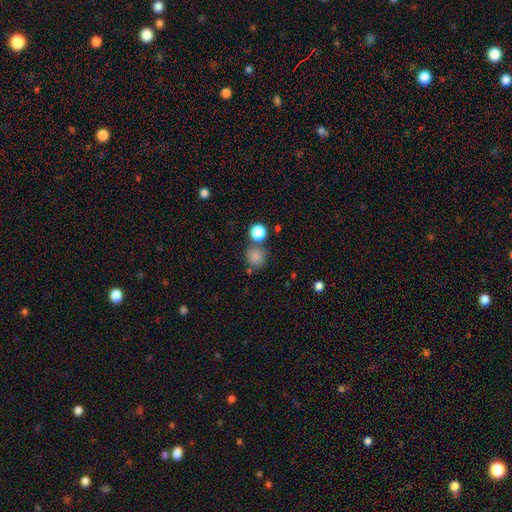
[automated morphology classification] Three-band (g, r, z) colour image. It shows a smooth galaxy with no disk features (83%) that is round (88%). Merging: none (68%).